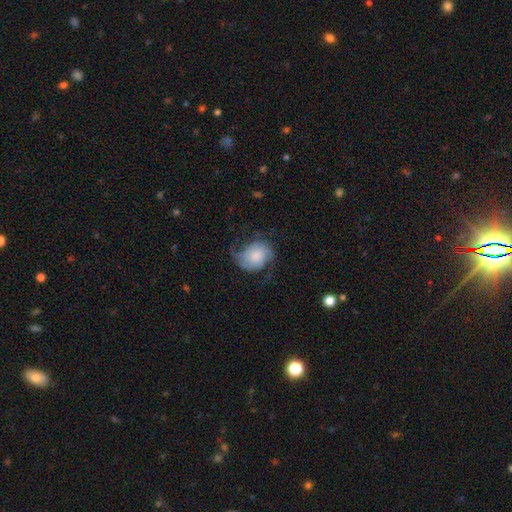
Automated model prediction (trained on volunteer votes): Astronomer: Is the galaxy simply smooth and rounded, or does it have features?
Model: featured or disk — 63%.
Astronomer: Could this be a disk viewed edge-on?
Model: no — 97%.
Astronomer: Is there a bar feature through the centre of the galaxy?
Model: no — 75%.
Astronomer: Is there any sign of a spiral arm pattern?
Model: yes — 91%.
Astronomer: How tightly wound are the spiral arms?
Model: loose — 43% (runner-up: medium, 40%).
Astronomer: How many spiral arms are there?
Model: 2 — 83%.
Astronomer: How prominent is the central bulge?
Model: small — 34% (runner-up: moderate, 28%).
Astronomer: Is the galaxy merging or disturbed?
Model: none — 57%.